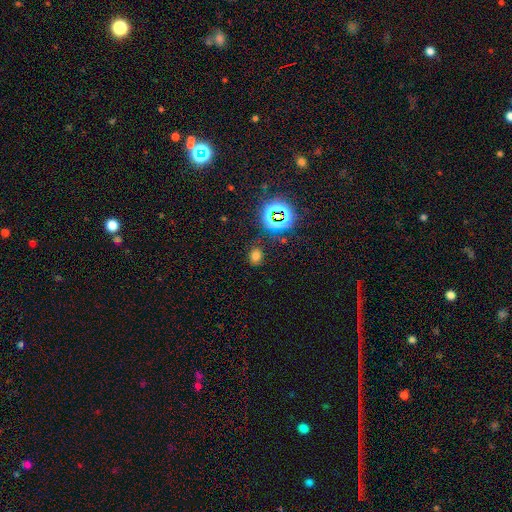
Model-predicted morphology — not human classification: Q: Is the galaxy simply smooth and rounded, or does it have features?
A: smooth — 63%.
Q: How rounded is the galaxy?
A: in between — 50%.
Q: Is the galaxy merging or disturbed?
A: none — 81%.